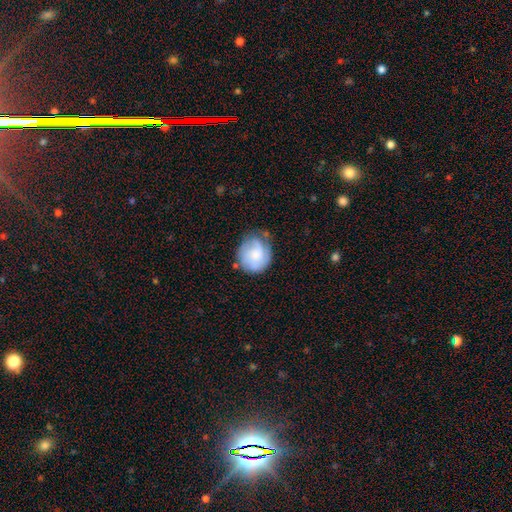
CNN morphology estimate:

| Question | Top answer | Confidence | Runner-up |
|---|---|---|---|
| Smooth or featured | featured or disk | 47% | smooth (46%) |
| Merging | none | 57% | minor disturbance (28%) |